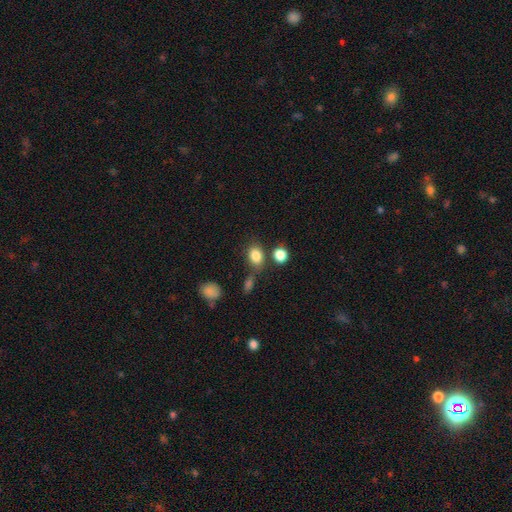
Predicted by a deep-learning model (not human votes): Smooth or featured: smooth — 83% (star or artifact — 11%)
How rounded: in between — 63% (round — 36%)
Merging: none — 65% (merger — 15%)